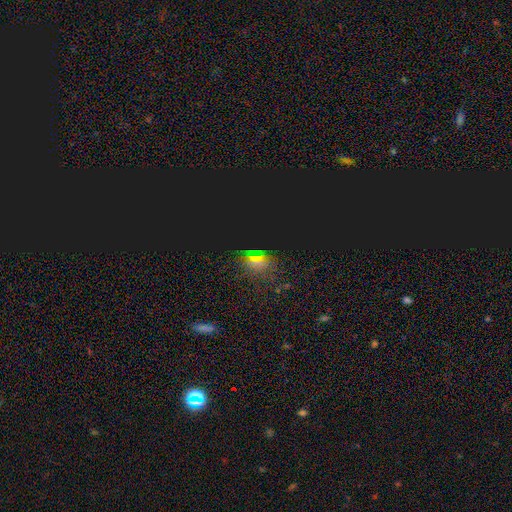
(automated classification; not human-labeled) A star or artifact, not a galaxy (70%).